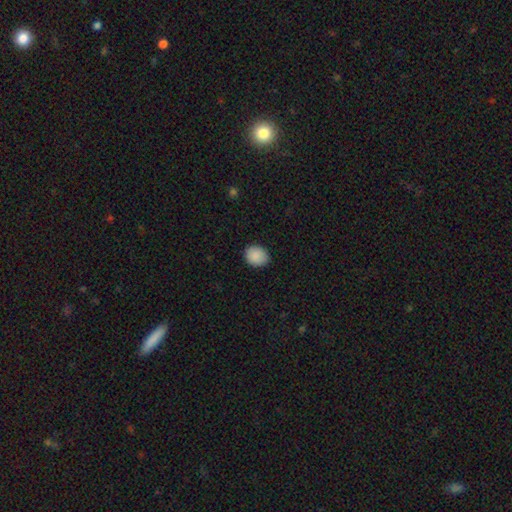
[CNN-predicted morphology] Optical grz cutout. It shows a smooth galaxy with no disk features (89%) that is round (60%). Merging: none (88%).